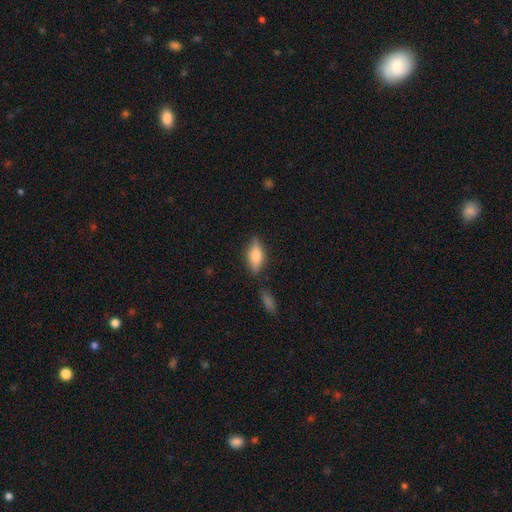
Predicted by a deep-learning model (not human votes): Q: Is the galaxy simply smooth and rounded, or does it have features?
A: smooth — 56%.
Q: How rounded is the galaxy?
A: in between — 68%.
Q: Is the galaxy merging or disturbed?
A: none — 77%.